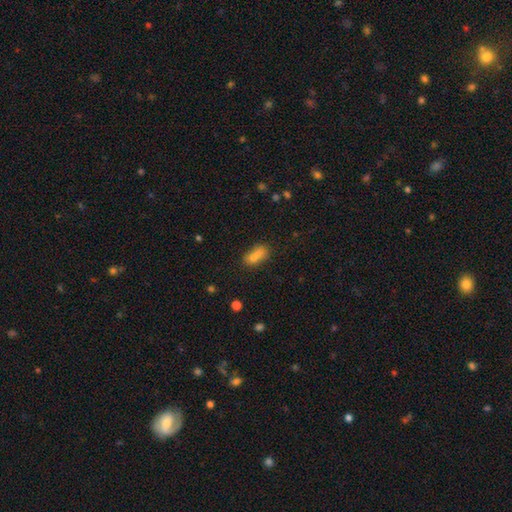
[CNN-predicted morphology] Smooth or featured? smooth (75%)
How rounded? in between (76%)
Merging? none (43%)